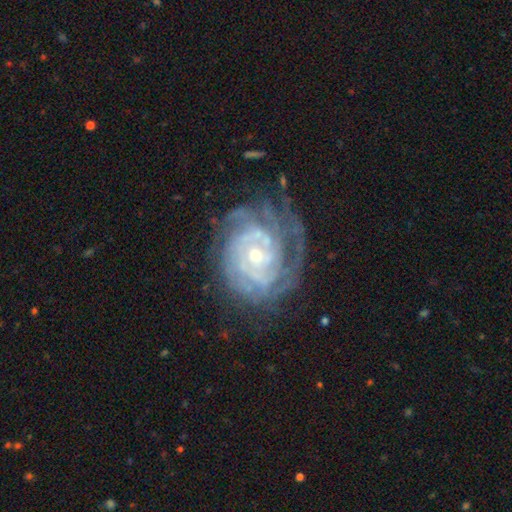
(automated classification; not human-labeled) A featured or disk galaxy (87%) with no bar (73%), tight (75%) spiral arms (94%) and a small central bulge (52%). Merging: none (63%).